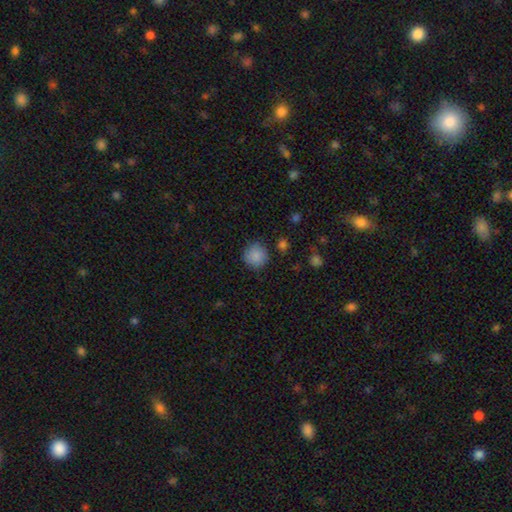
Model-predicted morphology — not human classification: type=smooth (87%); roundness=round (93%); merging=none (83%).